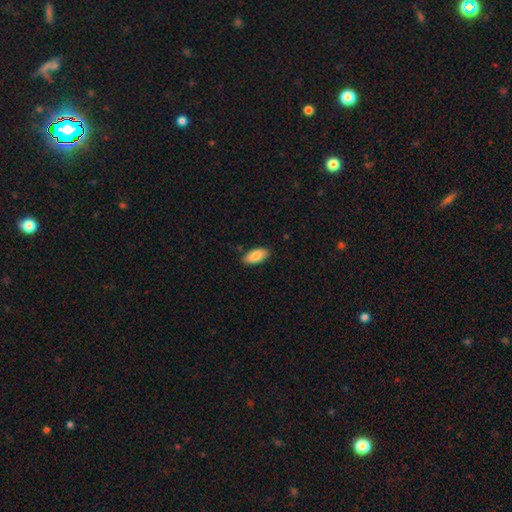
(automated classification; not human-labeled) This is clearly a smooth galaxy (87%). How rounded: clearly in between (93%). Merging: clearly none (85%).